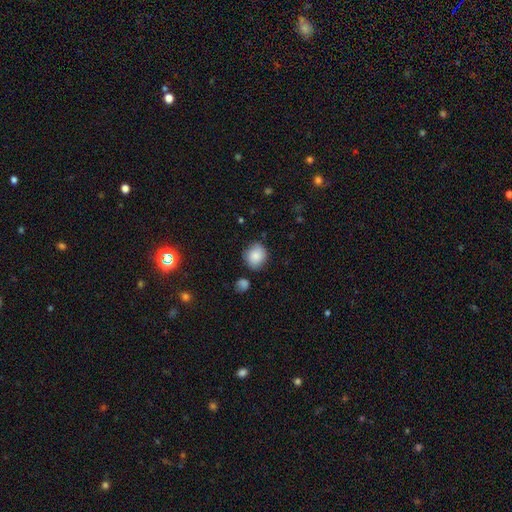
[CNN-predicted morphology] Q: Smooth or featured?
A: smooth (85%); runner-up: star or artifact (8%)
Q: How rounded?
A: round (75%); runner-up: in between (24%)
Q: Merging?
A: none (76%); runner-up: minor disturbance (17%)